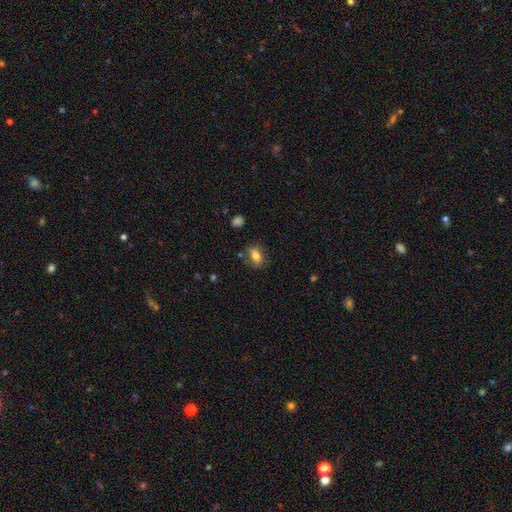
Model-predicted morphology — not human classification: type=smooth (71%); roundness=in between (82%); merging=none (67%).